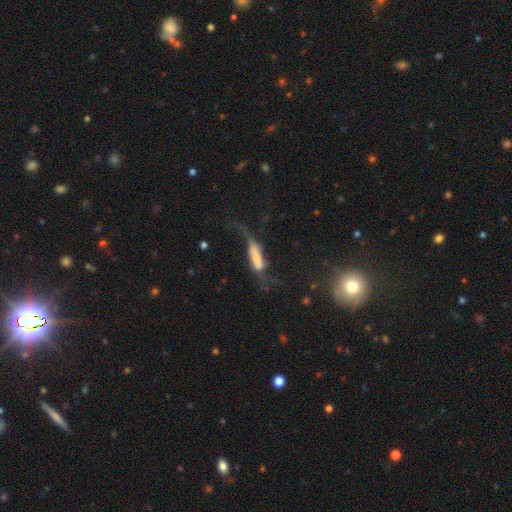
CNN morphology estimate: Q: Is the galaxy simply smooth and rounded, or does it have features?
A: featured or disk — 50%.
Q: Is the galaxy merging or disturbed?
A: major disturbance — 45%.